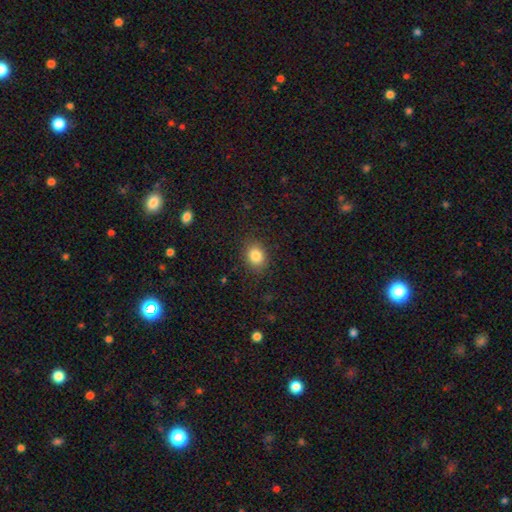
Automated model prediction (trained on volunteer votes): Smooth or featured? smooth (84%)
How rounded? in between (50%)
Merging? none (86%)